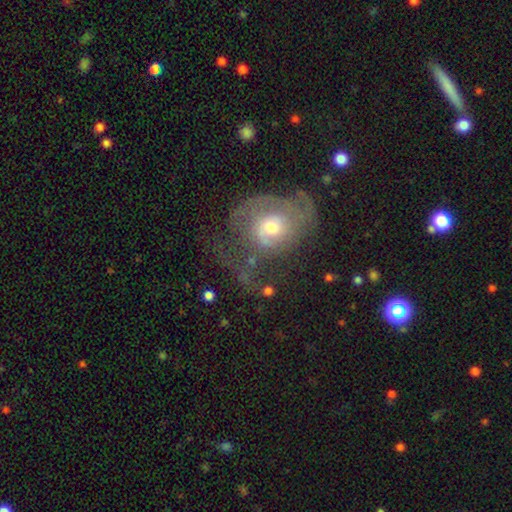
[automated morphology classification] smooth-or-featured: featured or disk: 60% | smooth: 24% | star or artifact: 16%
  disk-edge-on: no: 95% | yes: 5%
    bar: no: 78% | weak: 18% | strong: 5%
    has-spiral-arms: yes: 68% | no: 32%
    bulge-size: moderate: 65% | small: 24% | large: 8% | none: 2% | dominant: 2%
  merging: none: 48% | major disturbance: 26% | minor disturbance: 21% | merger: 4%